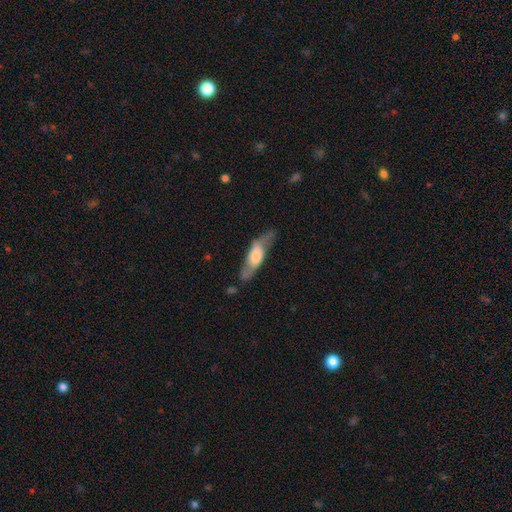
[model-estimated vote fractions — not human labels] smooth-or-featured: featured or disk: 50% | smooth: 44% | star or artifact: 6%
  disk-edge-on: yes: 55% | no: 45%
  merging: none: 63% | minor disturbance: 23% | major disturbance: 11% | merger: 3%